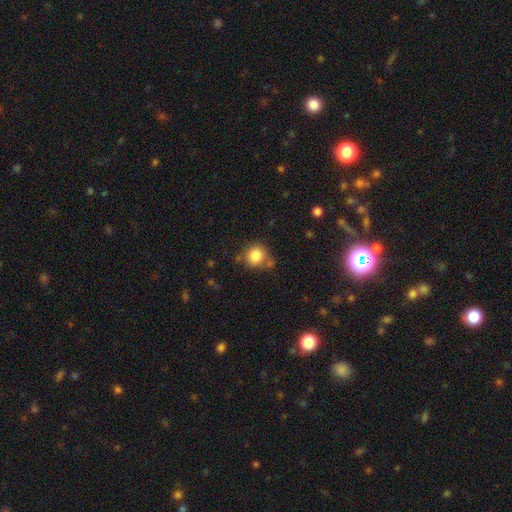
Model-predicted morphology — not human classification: Smooth or featured?
  - smooth: 84% *
  - star or artifact: 10%
  - featured or disk: 6%
How rounded?
  - round: 89% *
  - in between: 10%
  - cigar-shaped: 1%
Merging?
  - none: 69% *
  - minor disturbance: 16%
  - merger: 10%
  - major disturbance: 5%